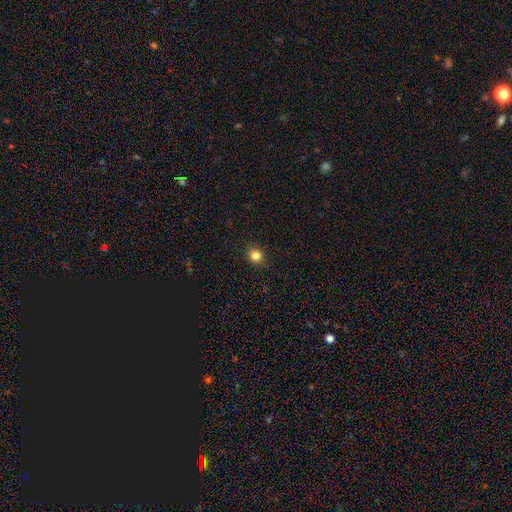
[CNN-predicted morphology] Smooth or featured: smooth — 83% (star or artifact — 12%)
How rounded: round — 81% (in between — 18%)
Merging: none — 90% (minor disturbance — 7%)